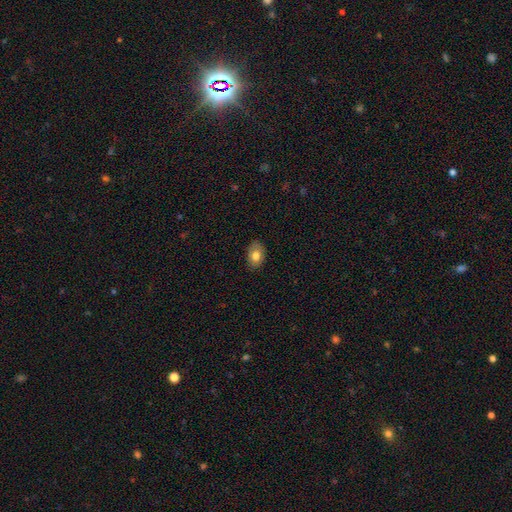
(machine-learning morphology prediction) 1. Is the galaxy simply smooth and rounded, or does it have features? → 77% smooth, 15% featured or disk, 8% star or artifact.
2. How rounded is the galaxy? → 81% in between, 18% round, 1% cigar-shaped.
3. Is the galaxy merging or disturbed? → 81% none, 15% minor disturbance, 3% major disturbance, 1% merger.